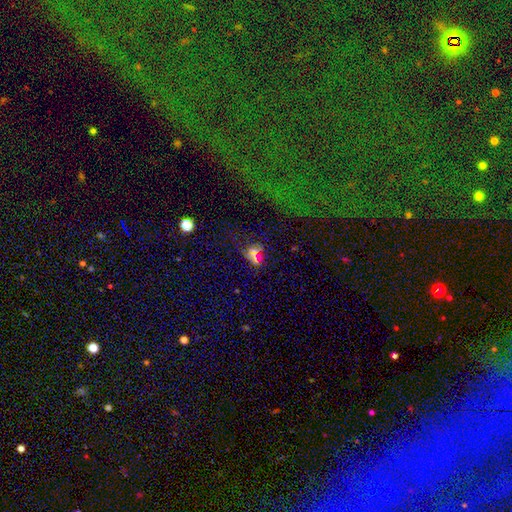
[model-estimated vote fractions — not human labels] Smooth or featured?
  - smooth: 48% *
  - star or artifact: 38%
  - featured or disk: 15%
Merging?
  - none: 63% *
  - merger: 16%
  - minor disturbance: 12%
  - major disturbance: 8%